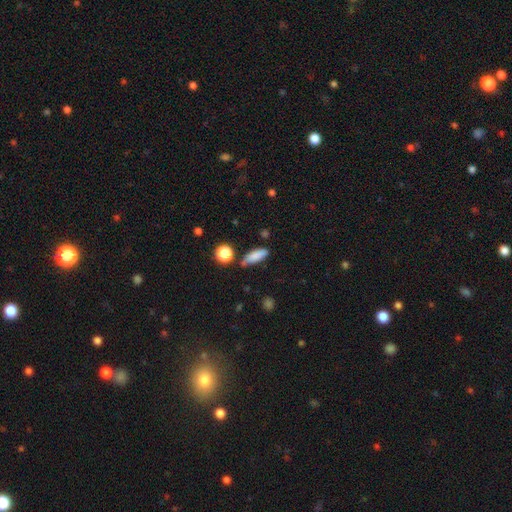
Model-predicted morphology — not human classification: Smooth or featured: smooth — 82% (featured or disk — 10%)
How rounded: in between — 55% (cigar-shaped — 41%)
Merging: none — 70% (minor disturbance — 20%)